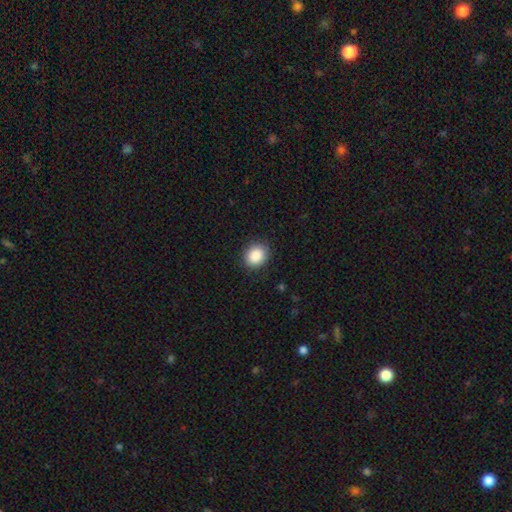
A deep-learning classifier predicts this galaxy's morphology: smooth_or_featured: smooth (p=0.89) [alt: star or artifact p=0.08]
how_rounded: round (p=0.63) [alt: in between p=0.36]
merging: none (p=0.88) [alt: minor disturbance p=0.09]